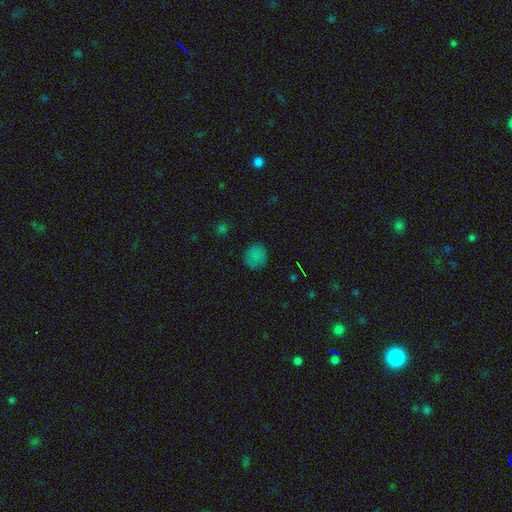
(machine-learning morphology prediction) This appears to be a smooth galaxy with no disk features (77%) that is round (84%). Merging: none (83%).